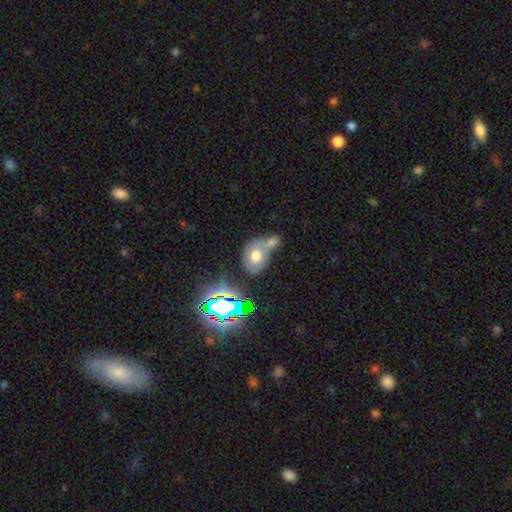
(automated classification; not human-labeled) Smooth or featured?
  - smooth: 63% *
  - featured or disk: 21%
  - star or artifact: 16%
How rounded?
  - in between: 62% *
  - round: 37%
  - cigar-shaped: 1%
Merging?
  - merger: 50% *
  - none: 30%
  - minor disturbance: 13%
  - major disturbance: 7%